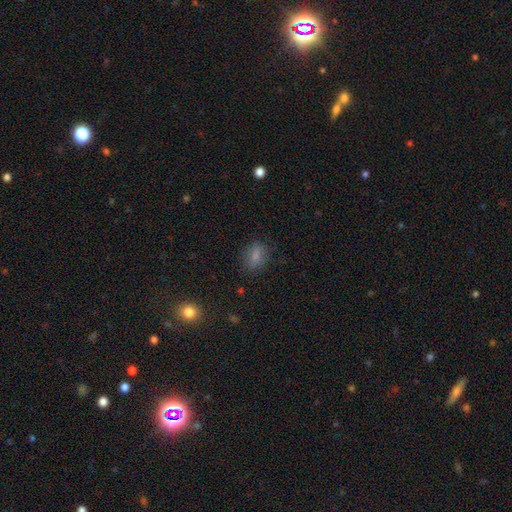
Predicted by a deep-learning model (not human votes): This is clearly a smooth galaxy (81%). How rounded: likely in between (74%). Merging: likely none (78%).